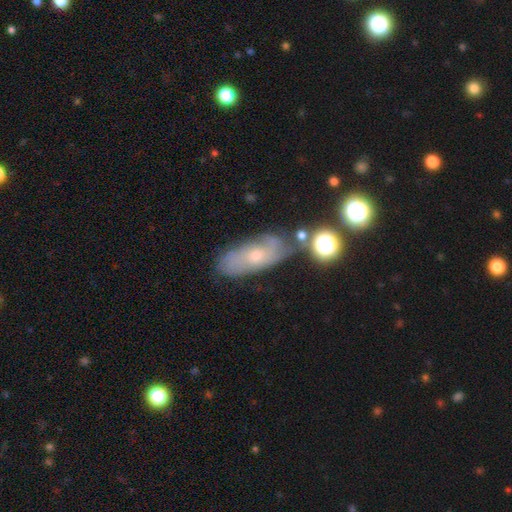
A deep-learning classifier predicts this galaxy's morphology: A featured or disk galaxy (55%).

Vote fractions:
- Smooth or featured? featured or disk: 55% / smooth: 33% / star or artifact: 12%
- Edge-on disk? no: 86% / yes: 14%
- Merging? none: 60% / minor disturbance: 24% / major disturbance: 9% / merger: 7%